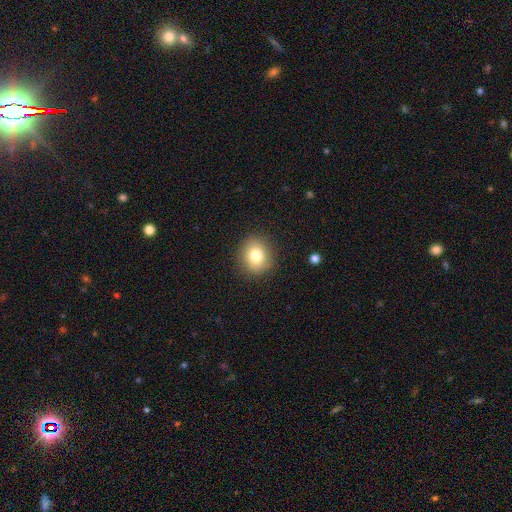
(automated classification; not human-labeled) A smooth galaxy with no disk features (80%) that is round (80%).

Vote fractions:
- Smooth or featured? smooth: 80% / star or artifact: 11% / featured or disk: 10%
- How rounded? round: 80% / in between: 19% / cigar-shaped: 1%
- Merging? none: 89% / minor disturbance: 7% / major disturbance: 2% / merger: 1%